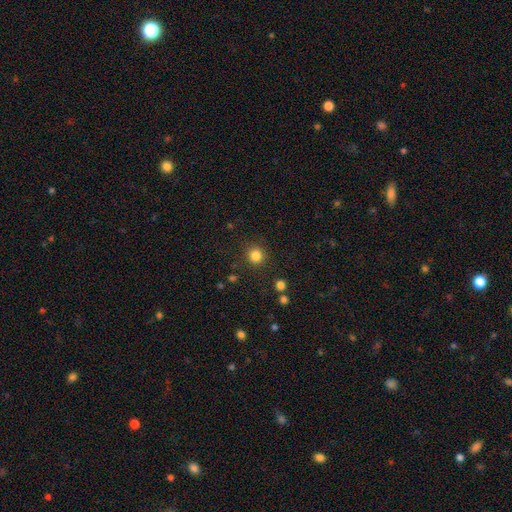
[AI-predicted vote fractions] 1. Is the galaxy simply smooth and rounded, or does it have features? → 83% smooth, 12% star or artifact, 4% featured or disk.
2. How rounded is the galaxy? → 92% round, 7% in between, 1% cigar-shaped.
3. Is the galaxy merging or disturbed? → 89% none, 6% minor disturbance, 3% major disturbance, 2% merger.